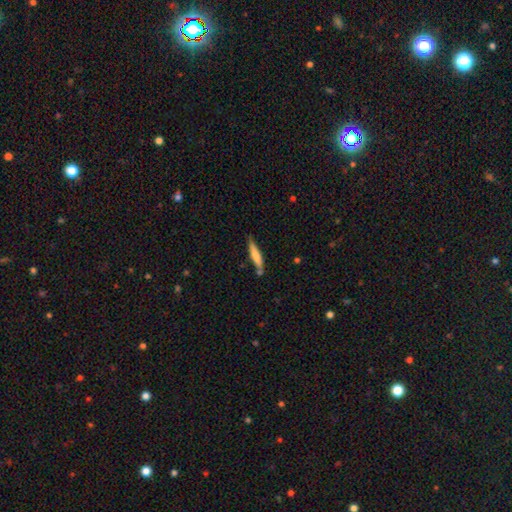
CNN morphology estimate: This is likely a smooth galaxy (68%). How rounded: clearly cigar-shaped (88%). Merging: likely none (68%).